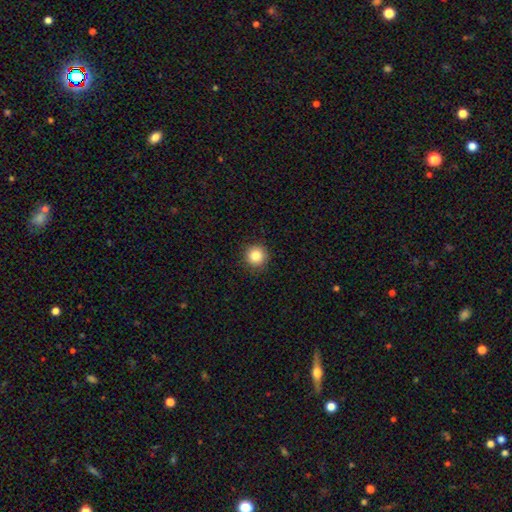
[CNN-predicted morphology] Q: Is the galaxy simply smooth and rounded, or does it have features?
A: smooth — 85%.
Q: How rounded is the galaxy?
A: round — 95%.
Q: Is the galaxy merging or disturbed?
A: none — 91%.